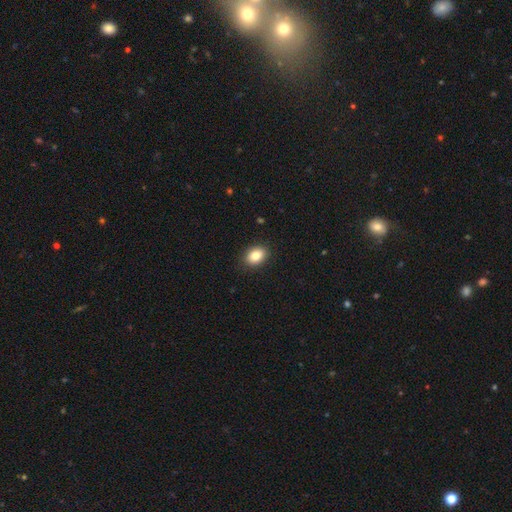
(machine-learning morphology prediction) This appears to be a smooth galaxy with no disk features (84%) that is in between round and cigar-shaped (74%). Merging: none (89%).